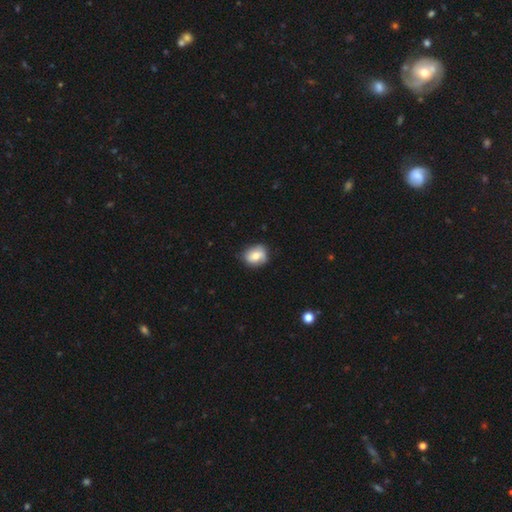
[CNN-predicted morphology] A smooth galaxy with no disk features (67%) that is round (53%). Merging: none (74%).